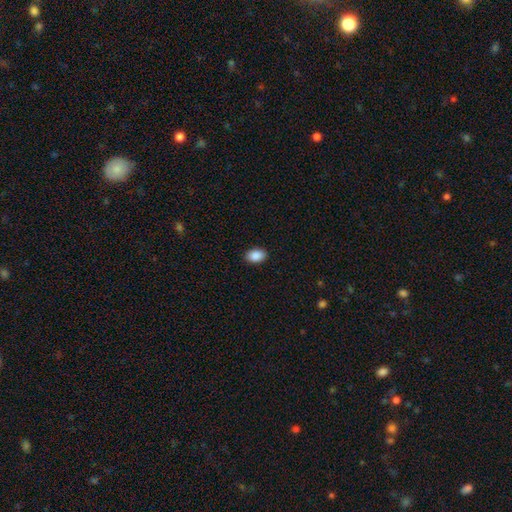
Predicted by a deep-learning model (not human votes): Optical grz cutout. It shows a smooth galaxy with no disk features (89%) that is in between round and cigar-shaped (87%). Merging: none (90%).